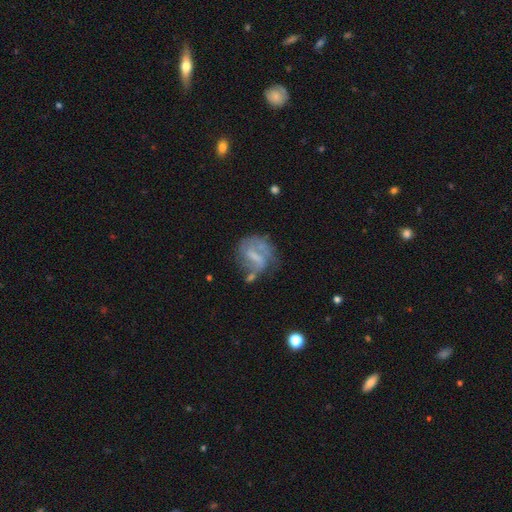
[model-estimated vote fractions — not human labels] Morphology: type=featured or disk (67%); edge-on=no (97%); bar=weak (47%); spiral arms=yes (74%); bulge=none (41%); merging=none (45%).